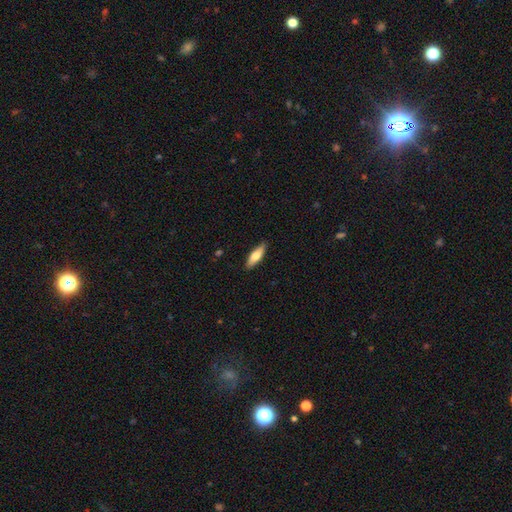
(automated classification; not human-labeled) This appears to be a smooth galaxy with no disk features (71%) that is in between round and cigar-shaped (52%). Merging: none (88%).